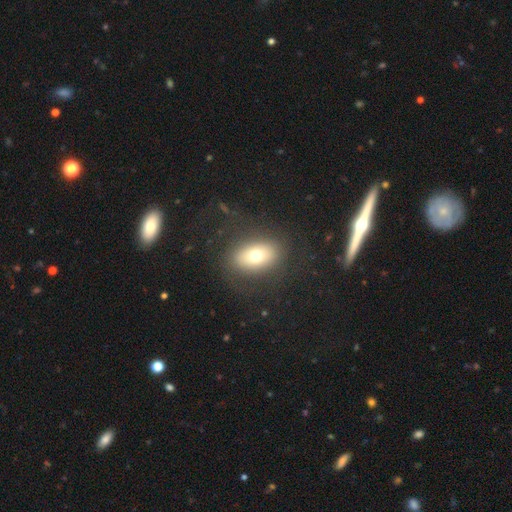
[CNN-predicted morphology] The model was most divided on "smooth or featured": smooth: 67%, featured or disk: 22%, star or artifact: 11%. More confident: merging — none (81%); how rounded — in between (79%).